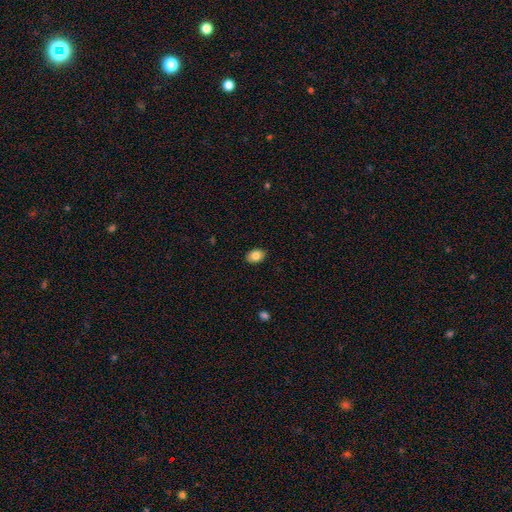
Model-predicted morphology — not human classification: Overall: smooth (84%). How rounded: in between (78%). Merging: none (90%).